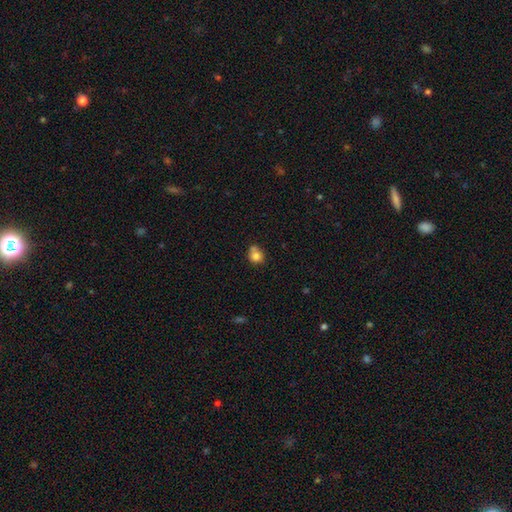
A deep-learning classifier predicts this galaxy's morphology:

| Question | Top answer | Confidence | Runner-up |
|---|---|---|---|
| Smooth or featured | smooth | 80% | star or artifact (11%) |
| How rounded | round | 67% | in between (32%) |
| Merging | none | 48% | minor disturbance (23%) |